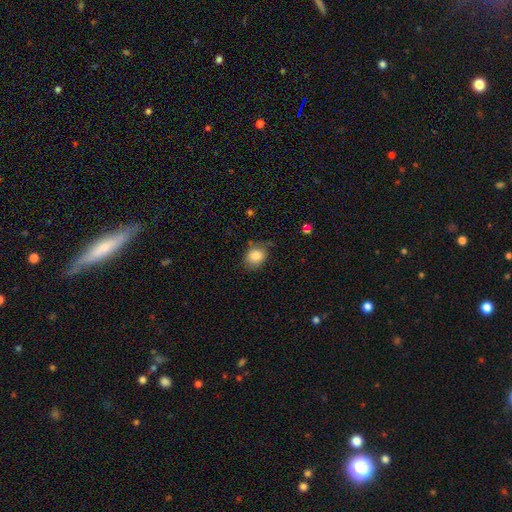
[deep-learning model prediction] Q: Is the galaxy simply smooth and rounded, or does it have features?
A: smooth — 83%.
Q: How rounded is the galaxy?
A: round — 54%.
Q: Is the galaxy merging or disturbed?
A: none — 68%.